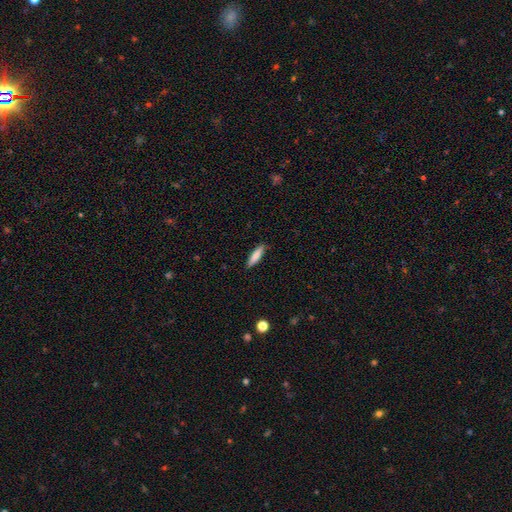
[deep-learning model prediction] smooth-or-featured: smooth: 82% | featured or disk: 12% | star or artifact: 6%
  how-rounded: cigar-shaped: 76% | in between: 23% | round: 1%
  merging: none: 87% | minor disturbance: 10% | major disturbance: 2% | merger: 1%